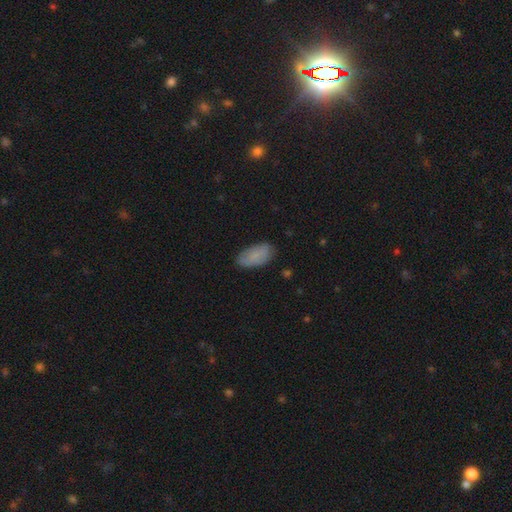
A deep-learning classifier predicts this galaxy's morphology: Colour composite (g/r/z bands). It shows a smooth galaxy with no disk features (80%) that is in between round and cigar-shaped (94%). Merging: none (79%).